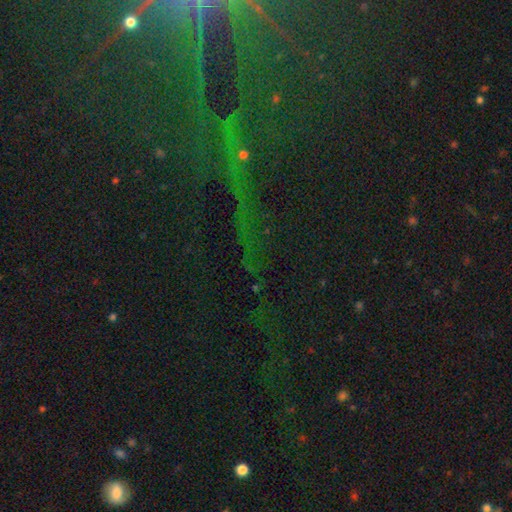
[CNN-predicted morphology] The model was most divided on "smooth or featured": star or artifact: 77%, smooth: 13%, featured or disk: 10%.